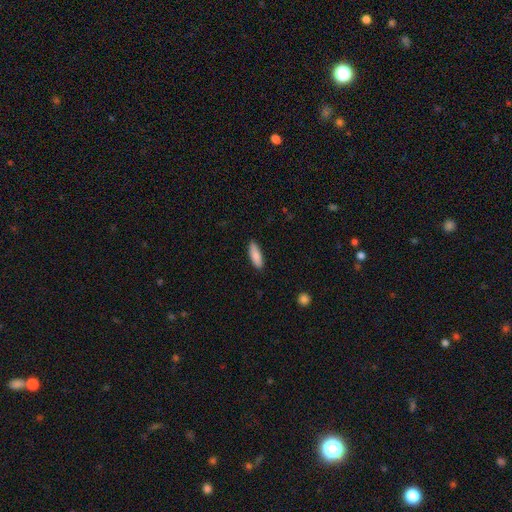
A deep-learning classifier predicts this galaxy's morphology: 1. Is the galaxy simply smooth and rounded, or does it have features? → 87% smooth, 8% featured or disk, 6% star or artifact.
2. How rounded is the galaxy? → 54% in between, 44% cigar-shaped, 2% round.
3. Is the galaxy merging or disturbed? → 88% none, 10% minor disturbance, 2% major disturbance, 1% merger.